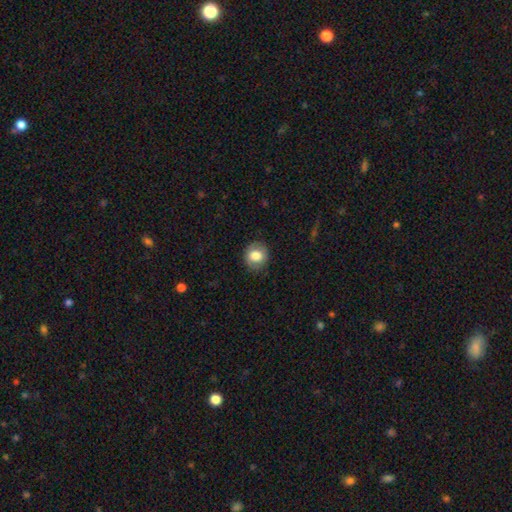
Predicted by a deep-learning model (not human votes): smooth 80%, featured or disk 12%, star or artifact 8%. Down the decision tree: how rounded — round (78%); merging — none (85%).